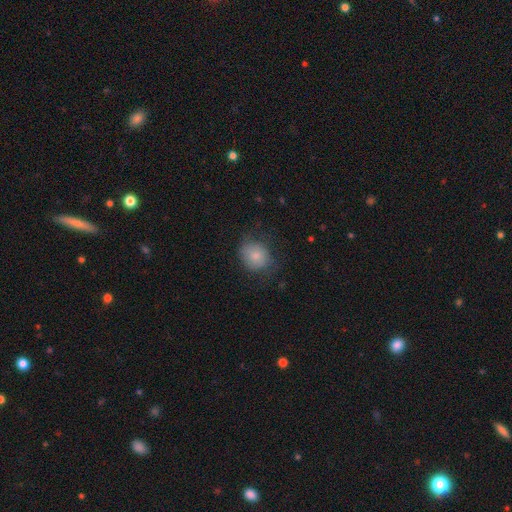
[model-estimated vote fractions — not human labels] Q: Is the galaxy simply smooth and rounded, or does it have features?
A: smooth — 81%.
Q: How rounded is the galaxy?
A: round — 65%.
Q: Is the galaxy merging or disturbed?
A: none — 66%.